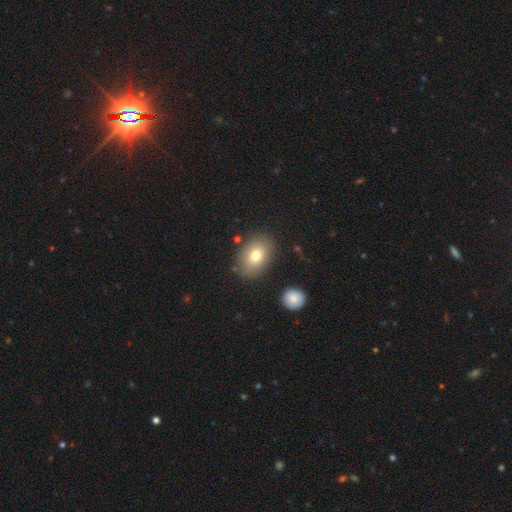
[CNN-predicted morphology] The model was most divided on "how rounded": in between: 79%, round: 20%, cigar-shaped: 1%. More confident: merging — none (83%); smooth or featured — smooth (77%).